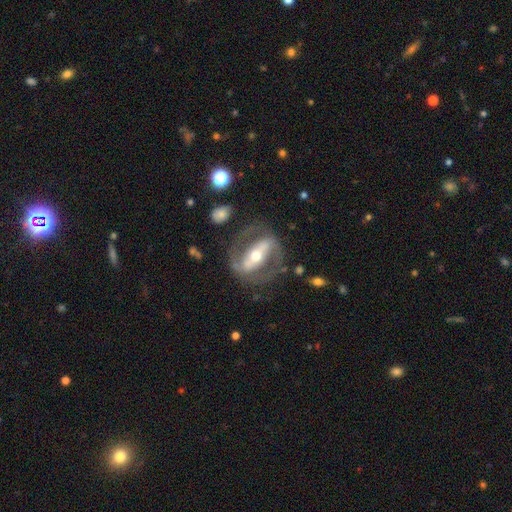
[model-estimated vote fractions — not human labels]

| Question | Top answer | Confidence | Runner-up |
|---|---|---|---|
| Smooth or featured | featured or disk | 83% | smooth (12%) |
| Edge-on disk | no | 91% | yes (9%) |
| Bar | strong | 70% | weak (17%) |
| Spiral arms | yes | 74% | no (26%) |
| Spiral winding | medium | 48% | tight (33%) |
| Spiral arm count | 2 | 86% | can't tell (8%) |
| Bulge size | moderate | 62% | small (29%) |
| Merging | none | 74% | minor disturbance (13%) |